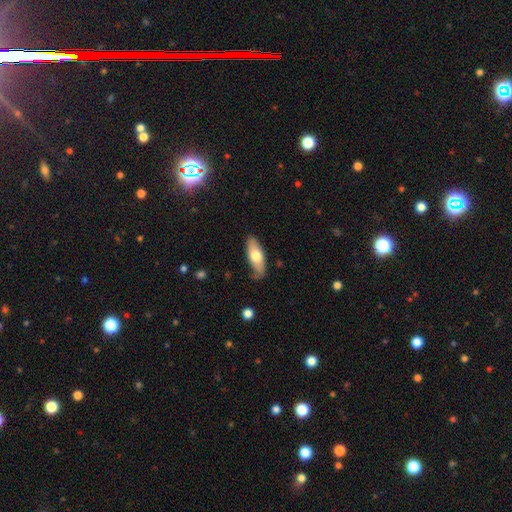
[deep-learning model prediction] Smooth or featured?
  - smooth: 67% *
  - featured or disk: 27%
  - star or artifact: 6%
How rounded?
  - in between: 73% *
  - cigar-shaped: 24%
  - round: 2%
Merging?
  - none: 75% *
  - minor disturbance: 19%
  - major disturbance: 4%
  - merger: 2%